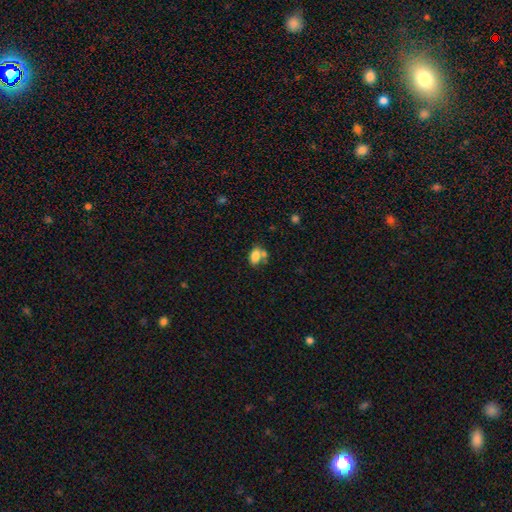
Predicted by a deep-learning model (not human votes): Morphology: type=smooth (80%); roundness=in between (86%); merging=none (45%).